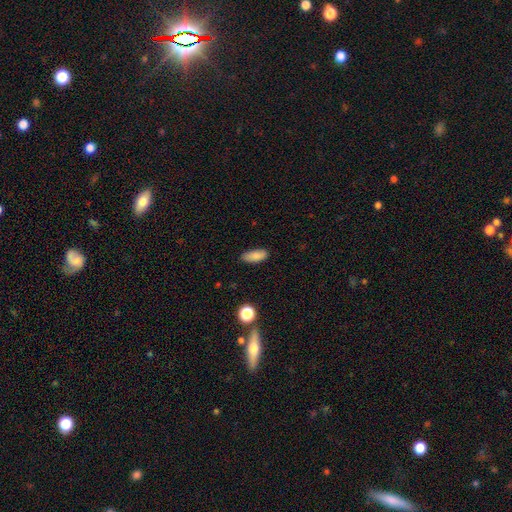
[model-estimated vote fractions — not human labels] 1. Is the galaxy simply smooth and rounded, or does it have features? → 85% smooth, 8% star or artifact, 7% featured or disk.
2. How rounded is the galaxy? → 80% in between, 17% cigar-shaped, 3% round.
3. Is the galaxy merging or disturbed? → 81% none, 15% minor disturbance, 3% major disturbance, 1% merger.